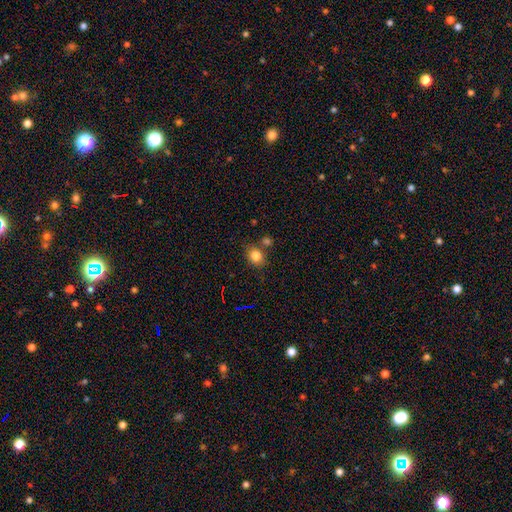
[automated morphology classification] This is clearly a smooth galaxy (83%). How rounded: possibly round (59%). Merging: likely none (73%).